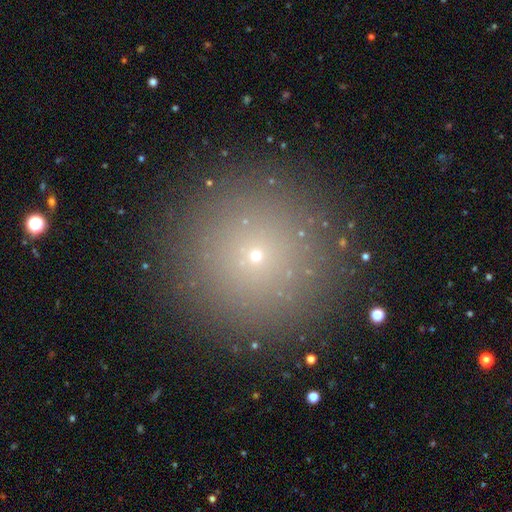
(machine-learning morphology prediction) The model was most divided on "smooth or featured": smooth: 64%, star or artifact: 26%, featured or disk: 10%. More confident: how rounded — round (97%); merging — none (91%).